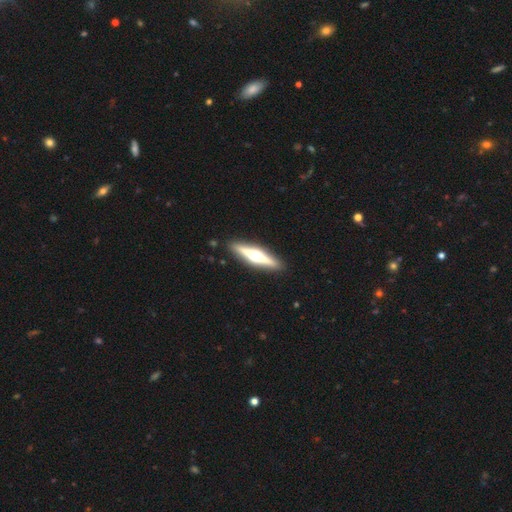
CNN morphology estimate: type=featured or disk (77%); edge-on=yes (98%); edge-on bulge=rounded (96%); merging=none (92%).